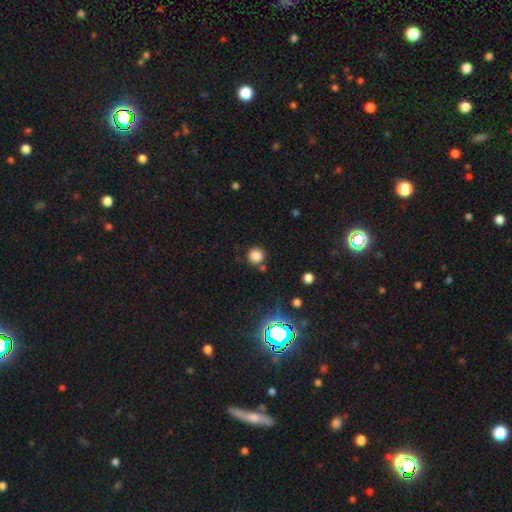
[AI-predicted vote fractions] Smooth or featured?
  - smooth: 81% *
  - star or artifact: 14%
  - featured or disk: 5%
How rounded?
  - round: 91% *
  - in between: 8%
  - cigar-shaped: 1%
Merging?
  - none: 78% *
  - minor disturbance: 11%
  - merger: 8%
  - major disturbance: 4%